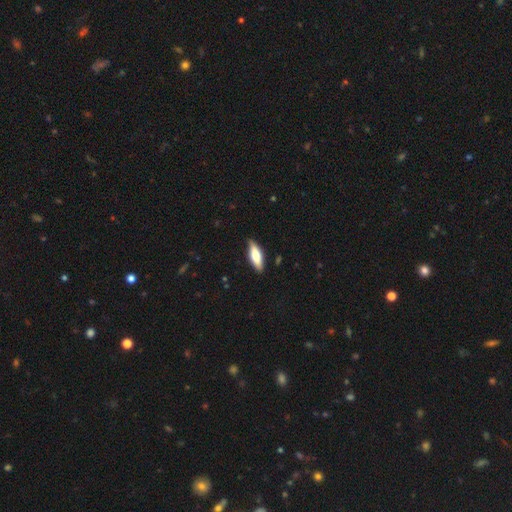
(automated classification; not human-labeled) Smooth or featured? Predicted: smooth (p=0.63). How rounded? Predicted: in between (p=0.52). Merging? Predicted: none (p=0.87).